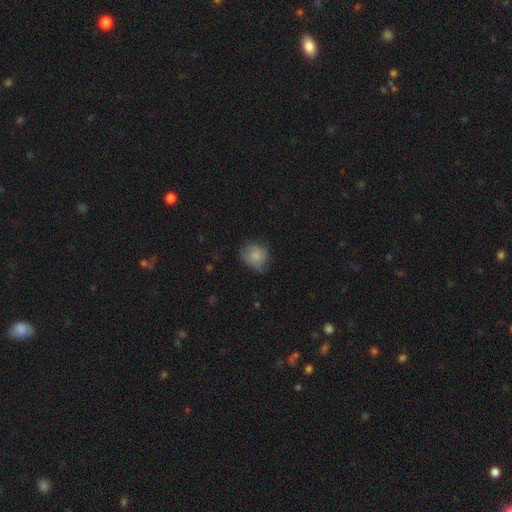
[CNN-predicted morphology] This appears to be a smooth galaxy with no disk features (82%) that is round (73%). Merging: none (61%).